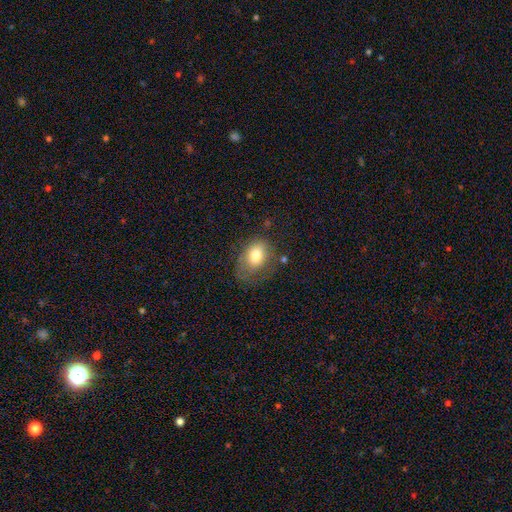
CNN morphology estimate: smooth_or_featured: smooth (p=0.73) [alt: featured or disk p=0.19]
how_rounded: in between (p=0.77) [alt: round p=0.22]
merging: none (p=0.47) [alt: minor disturbance p=0.29]